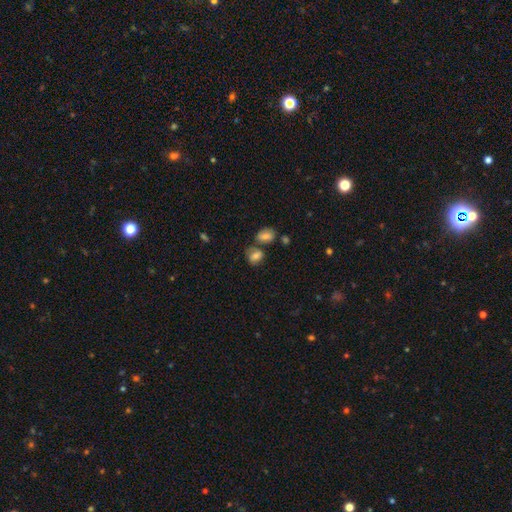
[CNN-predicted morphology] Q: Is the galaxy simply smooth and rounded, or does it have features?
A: smooth — 71%.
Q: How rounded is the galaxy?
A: in between — 57%.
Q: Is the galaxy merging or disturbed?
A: none — 49%.